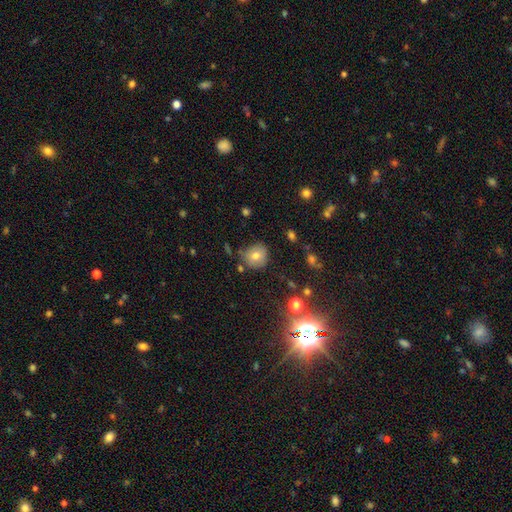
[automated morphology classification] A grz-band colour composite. It shows a smooth galaxy with no disk features (73%) that is round (80%). Merging: none (69%).